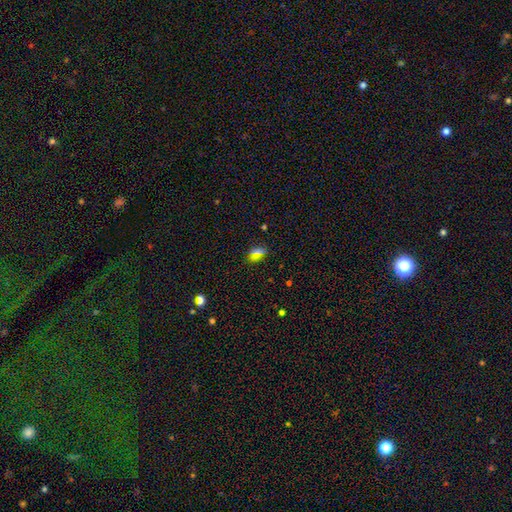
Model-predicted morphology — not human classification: smooth-or-featured: smooth: 62% | star or artifact: 30% | featured or disk: 8%
  how-rounded: in between: 72% | round: 21% | cigar-shaped: 7%
  merging: none: 82% | minor disturbance: 11% | major disturbance: 4% | merger: 3%